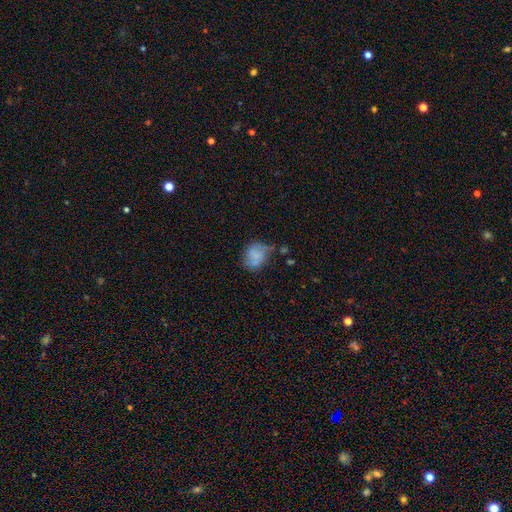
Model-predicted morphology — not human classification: A smooth galaxy with no disk features (68%) that is round (53%).

Vote fractions:
- Smooth or featured? smooth: 68% / featured or disk: 22% / star or artifact: 10%
- How rounded? round: 53% / in between: 46% / cigar-shaped: 1%
- Merging? none: 44% / minor disturbance: 31% / major disturbance: 14% / merger: 10%